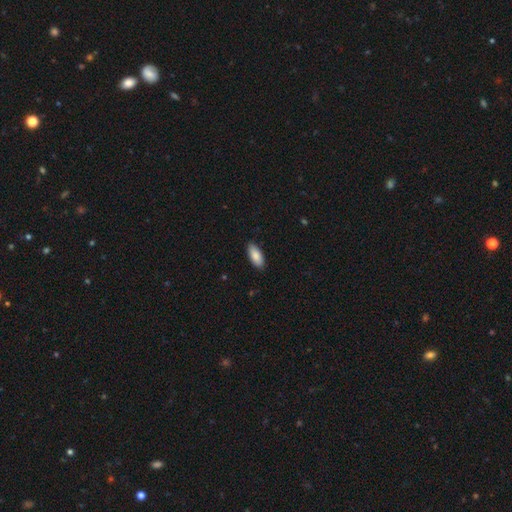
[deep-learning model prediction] Smooth or featured? Predicted: smooth (p=0.88). How rounded? Predicted: in between (p=0.88). Merging? Predicted: none (p=0.89).